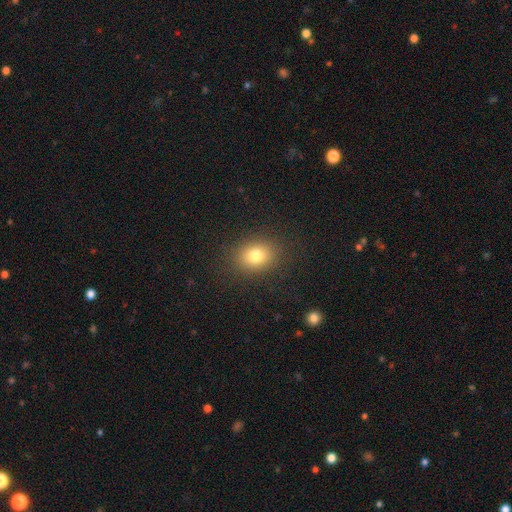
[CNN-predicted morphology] Smooth or featured: smooth — 78% (star or artifact — 13%)
How rounded: in between — 51% (round — 48%)
Merging: none — 87% (minor disturbance — 8%)